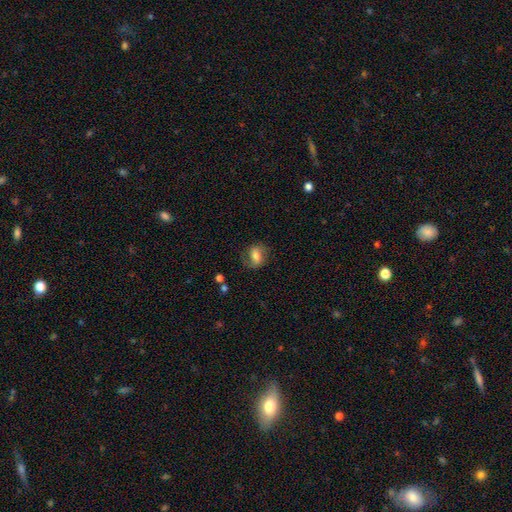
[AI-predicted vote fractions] This is possibly a smooth galaxy (53%). How rounded: likely in between (66%). Merging: likely none (70%).